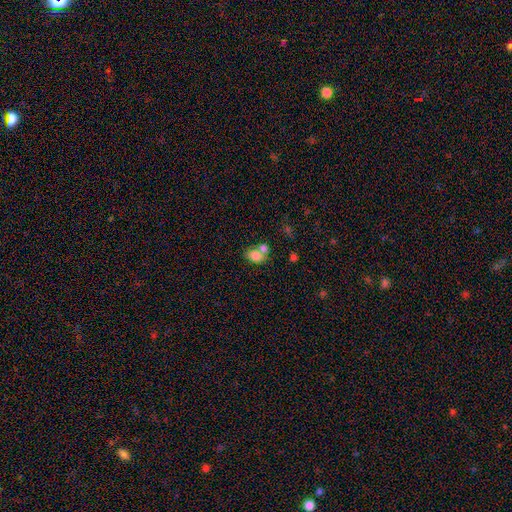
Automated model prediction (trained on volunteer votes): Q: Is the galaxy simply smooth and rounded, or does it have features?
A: smooth — 77%.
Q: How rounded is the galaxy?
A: in between — 67%.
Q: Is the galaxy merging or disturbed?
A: merger — 47%.